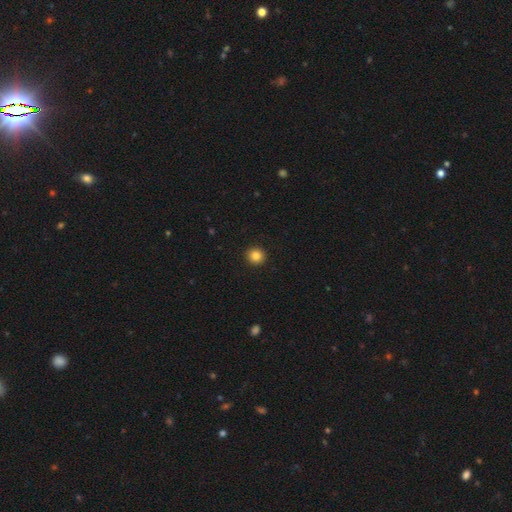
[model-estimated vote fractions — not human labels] This is clearly a smooth galaxy (85%). How rounded: clearly round (92%). Merging: clearly none (93%).